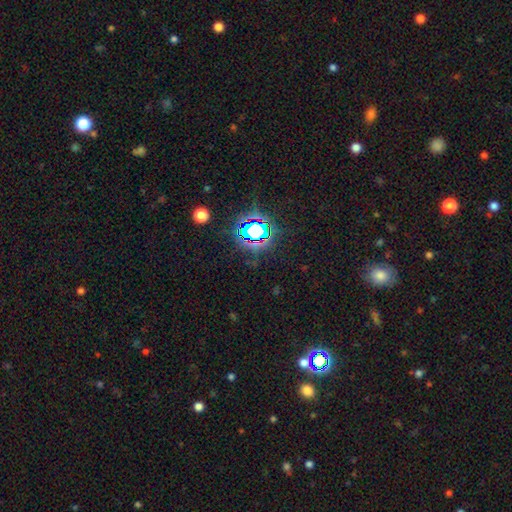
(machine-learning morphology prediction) Smooth or featured? star or artifact (80%)